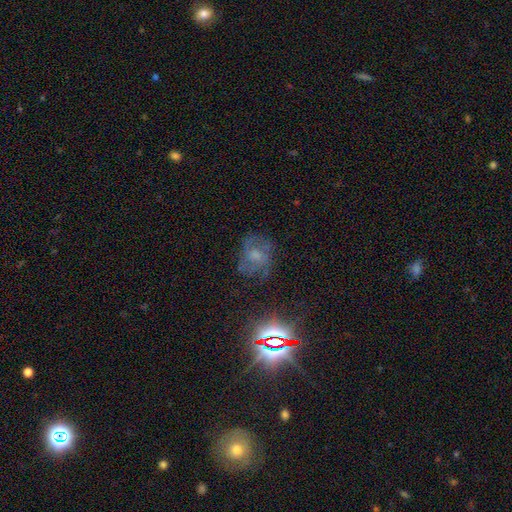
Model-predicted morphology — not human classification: A featured or disk galaxy (48%). Merging: none (58%).